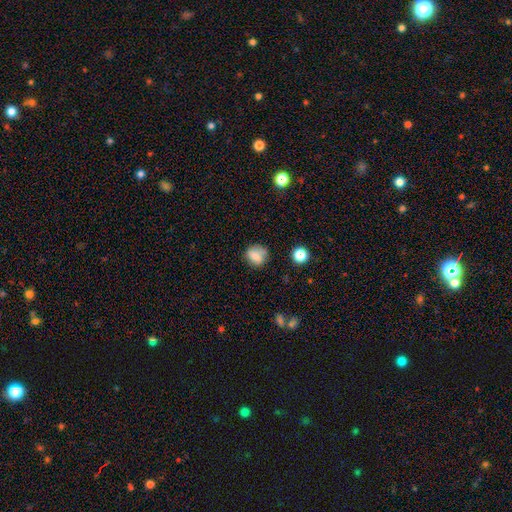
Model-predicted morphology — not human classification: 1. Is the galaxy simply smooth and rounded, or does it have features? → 77% smooth, 12% featured or disk, 11% star or artifact.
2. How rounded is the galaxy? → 70% round, 28% in between, 1% cigar-shaped.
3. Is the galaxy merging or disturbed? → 67% none, 22% minor disturbance, 6% major disturbance, 5% merger.